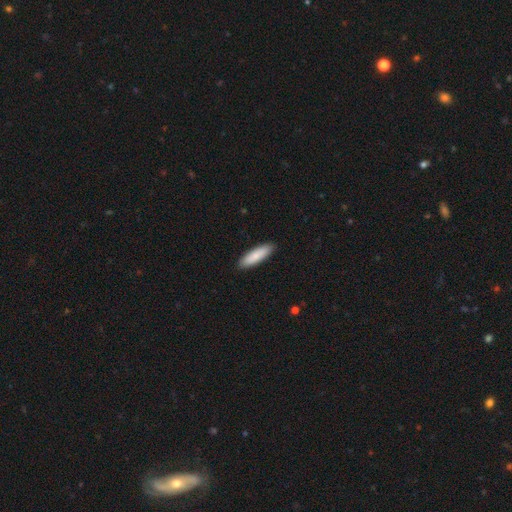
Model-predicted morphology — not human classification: smooth_or_featured: smooth (p=0.85) [alt: featured or disk p=0.10]
how_rounded: cigar-shaped (p=0.61) [alt: in between p=0.38]
merging: none (p=0.90) [alt: minor disturbance p=0.07]